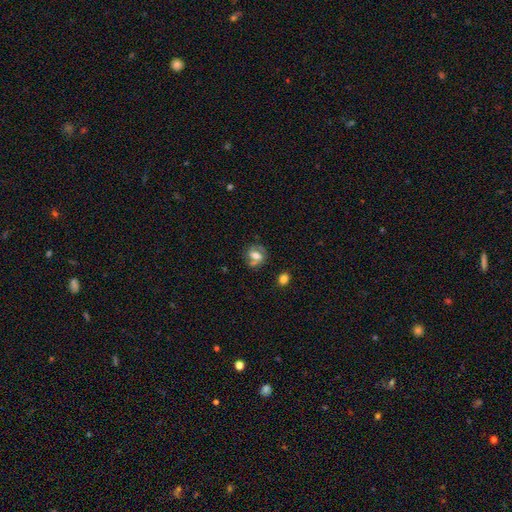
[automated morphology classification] Overall: featured or disk (45%; smooth 44%). Merging: none (63%).